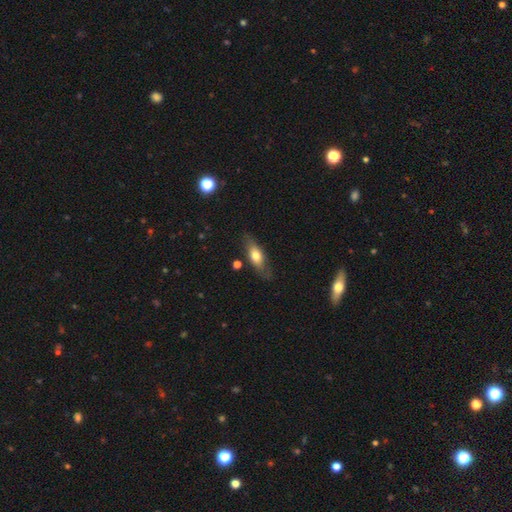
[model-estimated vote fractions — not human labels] Q: Smooth or featured?
A: smooth (61%); runner-up: featured or disk (32%)
Q: How rounded?
A: in between (65%); runner-up: cigar-shaped (30%)
Q: Merging?
A: none (73%); runner-up: minor disturbance (19%)